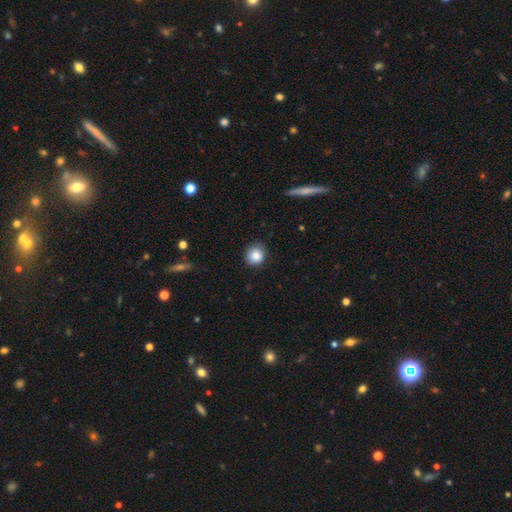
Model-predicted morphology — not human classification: smooth-or-featured: smooth: 87% | star or artifact: 9% | featured or disk: 5%
  how-rounded: round: 83% | in between: 16% | cigar-shaped: 1%
  merging: none: 85% | minor disturbance: 12% | major disturbance: 2% | merger: 1%